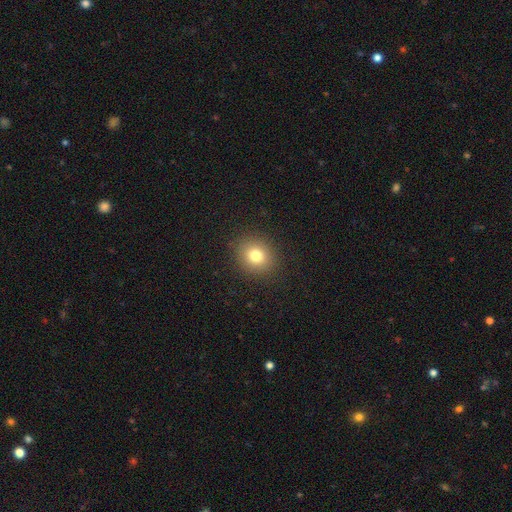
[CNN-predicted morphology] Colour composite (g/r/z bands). It shows a smooth galaxy with no disk features (78%) that is round (73%). Merging: none (90%).